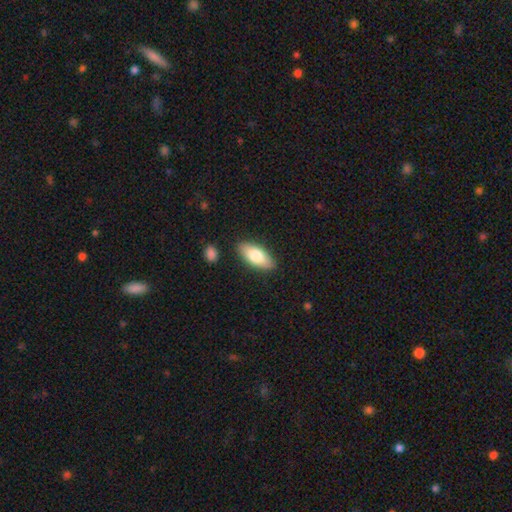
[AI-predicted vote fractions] smooth-or-featured: smooth: 78% | featured or disk: 17% | star or artifact: 6%
  how-rounded: in between: 84% | cigar-shaped: 14% | round: 2%
  merging: none: 84% | minor disturbance: 11% | major disturbance: 2% | merger: 2%